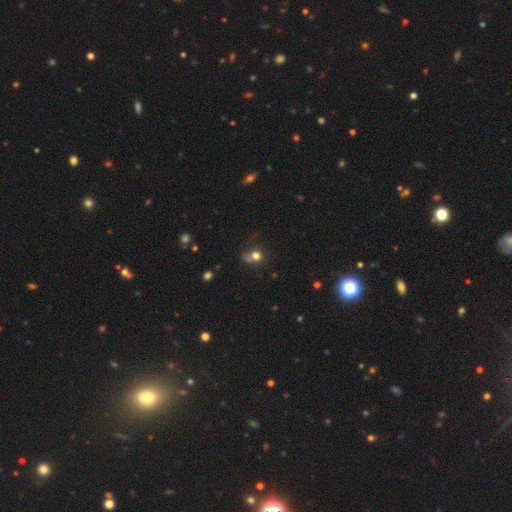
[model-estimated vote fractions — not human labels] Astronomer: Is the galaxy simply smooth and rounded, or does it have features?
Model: smooth — 69%.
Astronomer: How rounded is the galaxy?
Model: round — 80%.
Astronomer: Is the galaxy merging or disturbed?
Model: none — 44% (runner-up: merger, 20%).